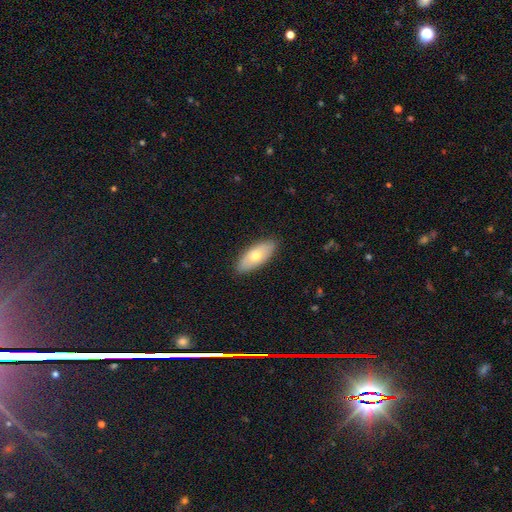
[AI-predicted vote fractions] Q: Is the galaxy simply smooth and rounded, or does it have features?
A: smooth — 63%.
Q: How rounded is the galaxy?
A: in between — 85%.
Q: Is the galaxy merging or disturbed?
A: none — 88%.